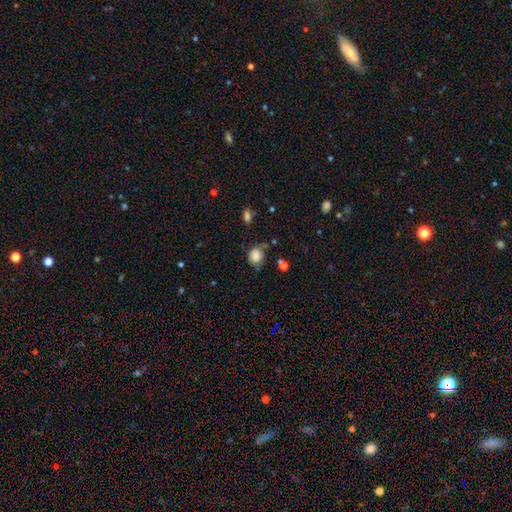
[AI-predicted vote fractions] smooth_or_featured: smooth (p=0.83) [alt: star or artifact p=0.10]
how_rounded: round (p=0.67) [alt: in between p=0.32]
merging: none (p=0.52) [alt: minor disturbance p=0.33]